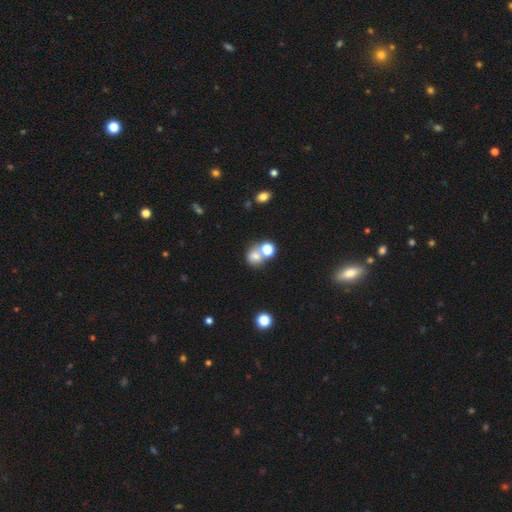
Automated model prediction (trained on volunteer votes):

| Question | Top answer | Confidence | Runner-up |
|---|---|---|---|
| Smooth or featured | smooth | 70% | star or artifact (16%) |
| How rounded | round | 68% | in between (31%) |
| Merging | merger | 45% | none (40%) |